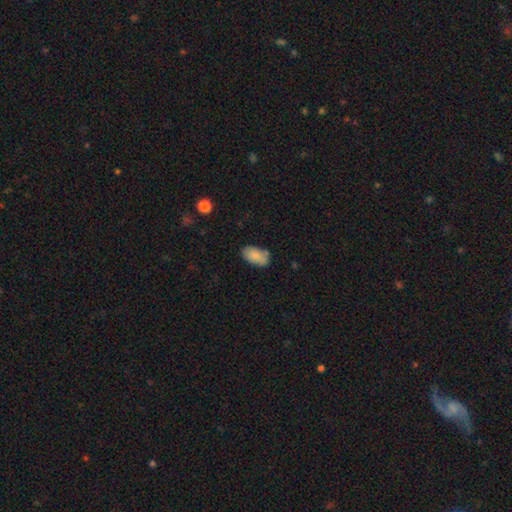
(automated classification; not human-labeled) Smooth or featured? smooth (84%)
How rounded? in between (94%)
Merging? none (70%)